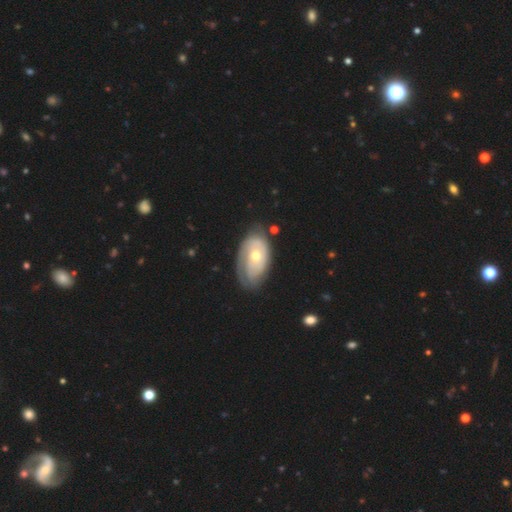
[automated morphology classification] smooth_or_featured: featured or disk (p=0.69) [alt: smooth p=0.27]
disk_edge_on: no (p=0.94) [alt: yes p=0.06]
bar: no (p=0.83) [alt: weak p=0.14]
has_spiral_arms: yes (p=0.75) [alt: no p=0.25]
bulge_size: moderate (p=0.67) [alt: small p=0.28]
merging: none (p=0.64) [alt: minor disturbance p=0.24]